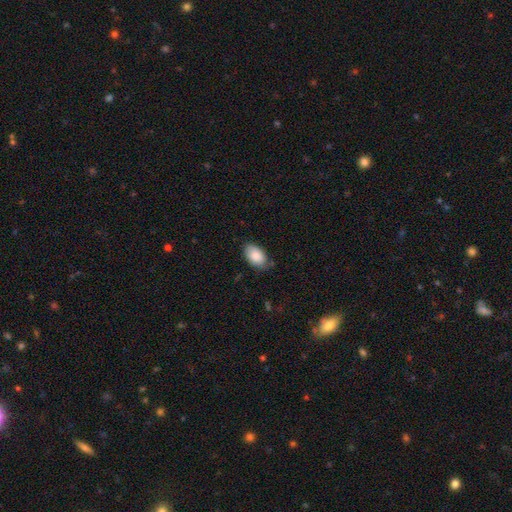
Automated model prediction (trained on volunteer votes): Overall: smooth (86%). How rounded: in between (93%). Merging: none (74%).